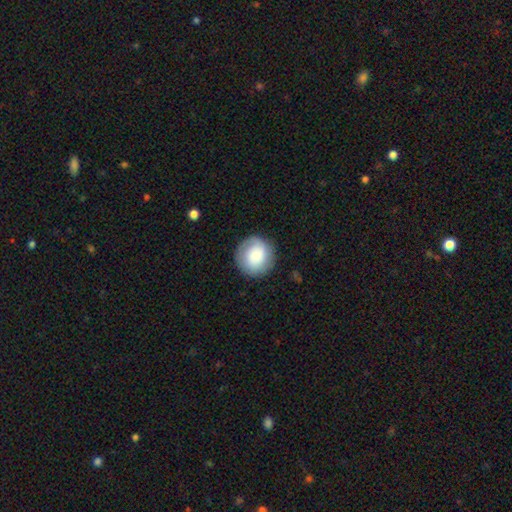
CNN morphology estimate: This is likely a smooth galaxy (75%). How rounded: clearly round (91%). Merging: clearly none (85%).